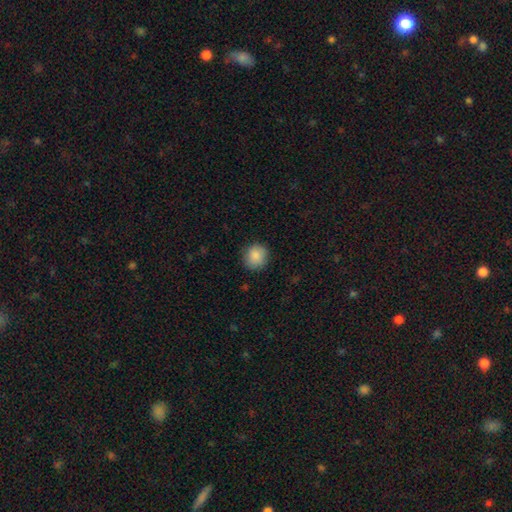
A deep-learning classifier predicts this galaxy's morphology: This appears to be a smooth galaxy with no disk features (88%) that is round (86%). Merging: none (88%).